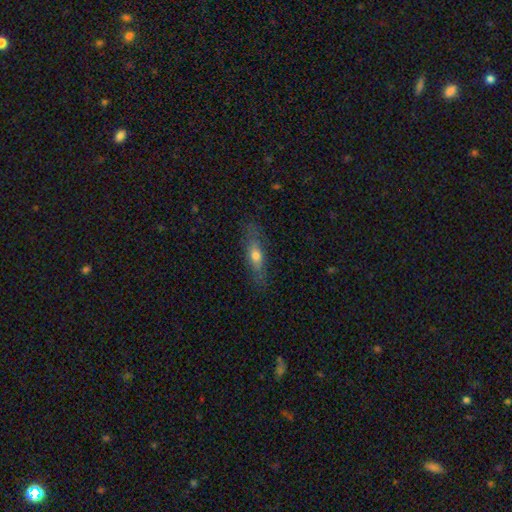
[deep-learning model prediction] smooth-or-featured: smooth: 55% | featured or disk: 38% | star or artifact: 7%
  how-rounded: cigar-shaped: 62% | in between: 35% | round: 3%
  merging: none: 80% | minor disturbance: 14% | major disturbance: 4% | merger: 1%